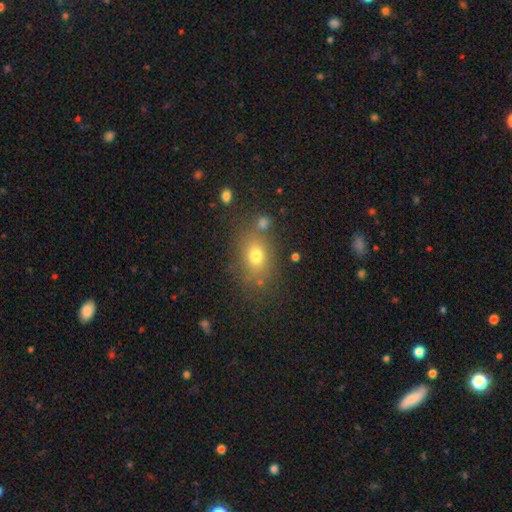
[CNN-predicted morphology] Smooth or featured? smooth (72%)
How rounded? in between (67%)
Merging? none (74%)